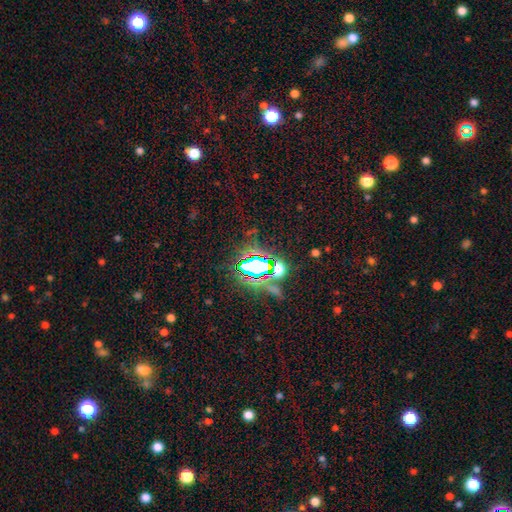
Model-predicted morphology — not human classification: A star or artifact, not a galaxy (70%).

Vote fractions:
- Smooth or featured? star or artifact: 70% / smooth: 19% / featured or disk: 11%